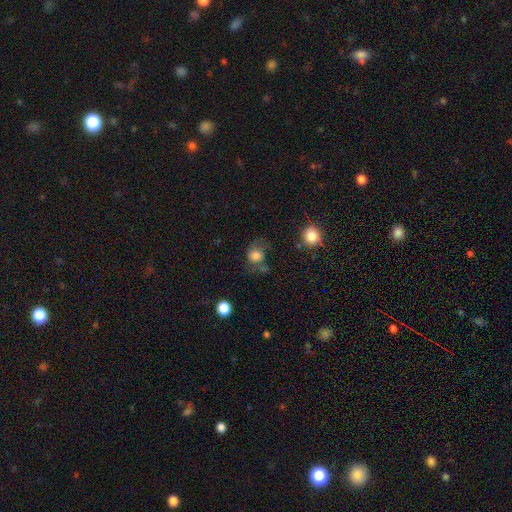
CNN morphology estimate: smooth 73%, featured or disk 16%, star or artifact 11%. Down the decision tree: how rounded — round (68%); merging — none (43%).